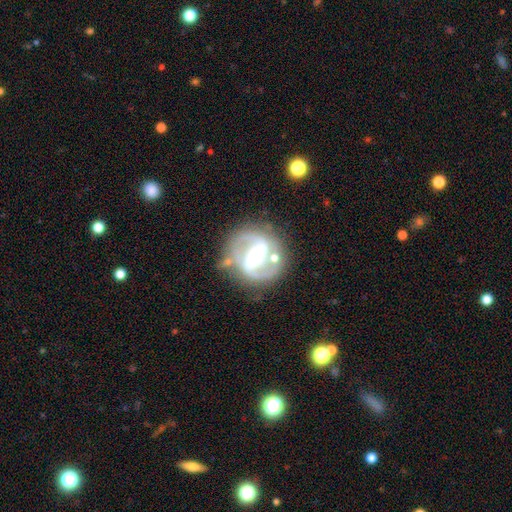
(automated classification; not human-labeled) Q: Smooth or featured?
A: featured or disk (88%); runner-up: smooth (7%)
Q: Edge-on disk?
A: no (97%); runner-up: yes (3%)
Q: Bar?
A: strong (52%); runner-up: weak (34%)
Q: Spiral arms?
A: yes (95%); runner-up: no (5%)
Q: Spiral winding?
A: medium (57%); runner-up: tight (25%)
Q: Spiral arm count?
A: 2 (91%); runner-up: can't tell (3%)
Q: Bulge size?
A: moderate (61%); runner-up: small (30%)
Q: Merging?
A: none (72%); runner-up: minor disturbance (15%)